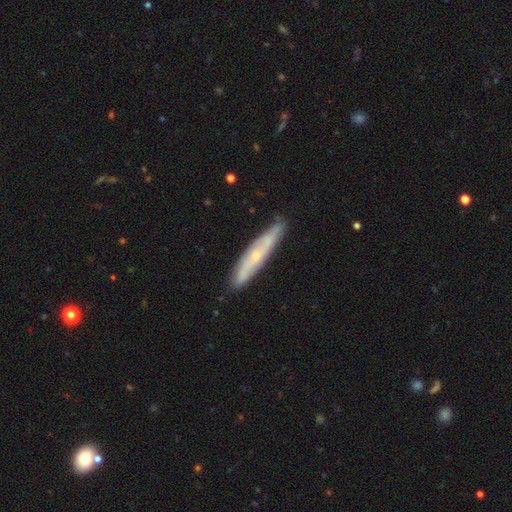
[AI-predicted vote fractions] The model was most divided on "edge-on disk": yes: 59%, no: 41%. More confident: merging — none (83%); smooth or featured — featured or disk (60%).